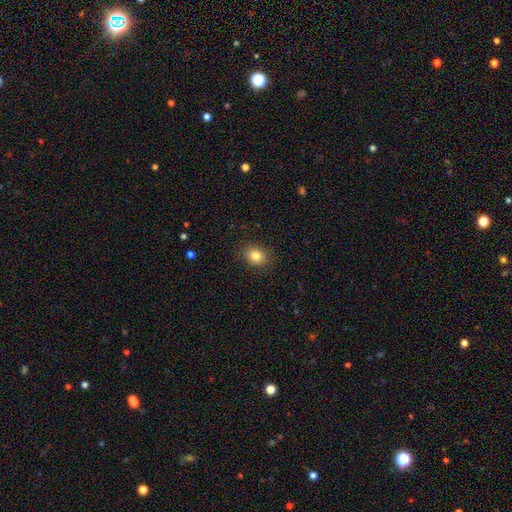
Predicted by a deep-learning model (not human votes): A smooth galaxy with no disk features (83%) that is in between round and cigar-shaped (50%). Merging: none (87%).